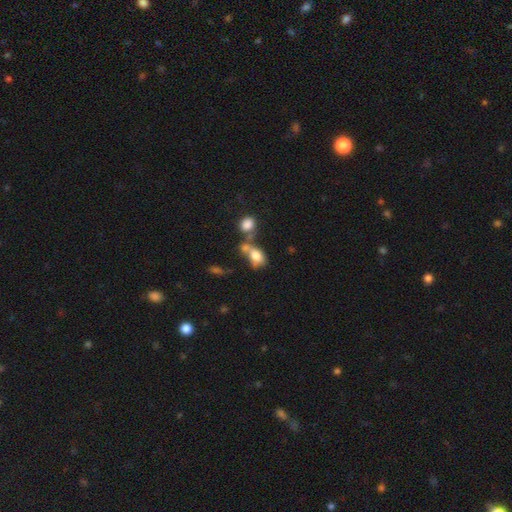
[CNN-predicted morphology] smooth 74%, featured or disk 15%, star or artifact 10%. Down the decision tree: how rounded — in between (72%); merging — merger (49%).